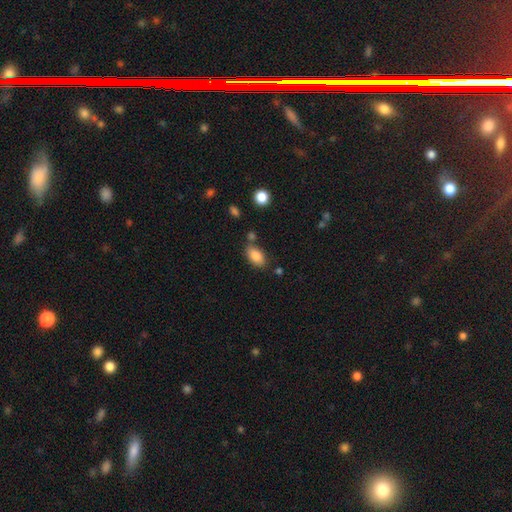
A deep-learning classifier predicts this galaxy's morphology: Smooth or featured: smooth — 85% (star or artifact — 8%)
How rounded: in between — 91% (round — 5%)
Merging: none — 70% (minor disturbance — 15%)